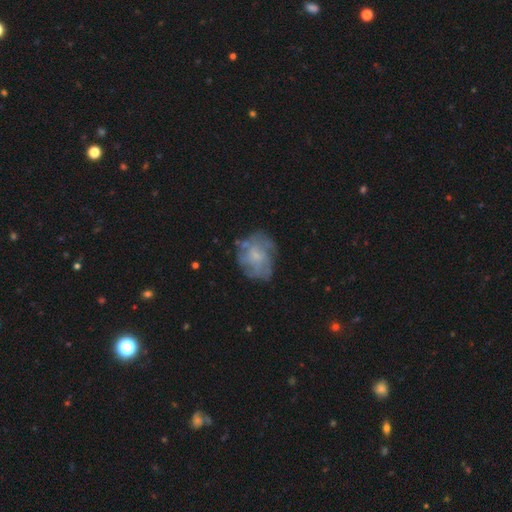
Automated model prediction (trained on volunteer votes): Q: Smooth or featured?
A: featured or disk (59%); runner-up: smooth (31%)
Q: Edge-on disk?
A: no (98%); runner-up: yes (2%)
Q: Bar?
A: no (72%); runner-up: weak (24%)
Q: Spiral arms?
A: yes (66%); runner-up: no (34%)
Q: Bulge size?
A: small (46%); runner-up: moderate (28%)
Q: Merging?
A: none (66%); runner-up: minor disturbance (20%)